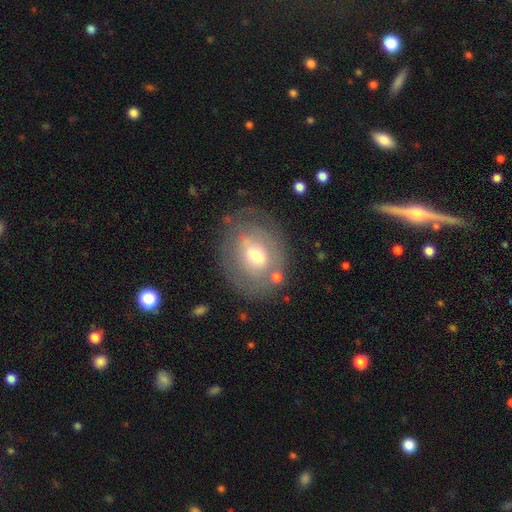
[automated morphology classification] Smooth or featured: featured or disk — 47% (smooth — 45%)
Merging: none — 71% (minor disturbance — 17%)